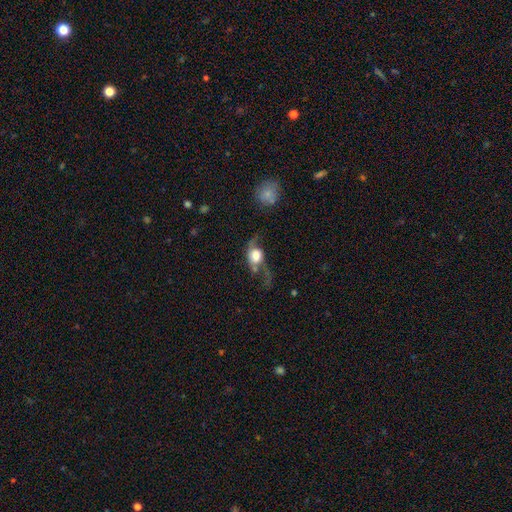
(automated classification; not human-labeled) Overall: featured or disk (51%; smooth 40%). Edge-on disk: no (85%). Merging: major disturbance (44%; none 30%).